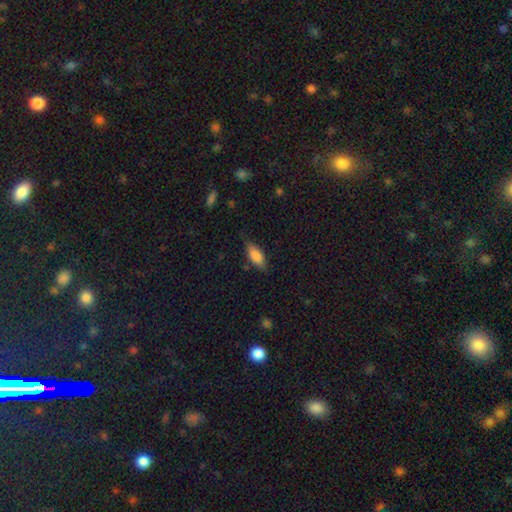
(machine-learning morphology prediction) Smooth or featured: smooth — 82% (featured or disk — 11%)
How rounded: in between — 77% (cigar-shaped — 21%)
Merging: none — 77% (minor disturbance — 18%)